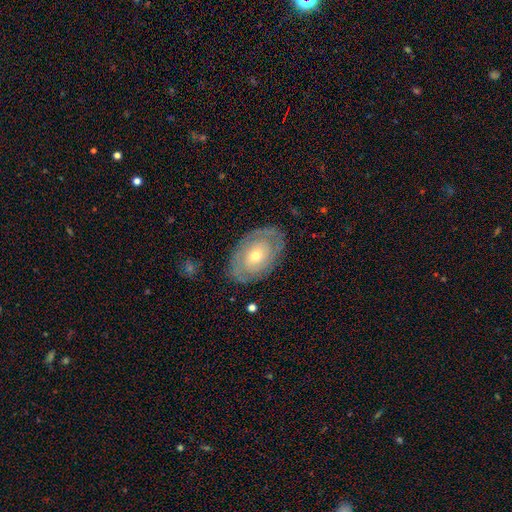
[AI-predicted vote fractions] This is likely a featured or disk galaxy (65%). It is clearly not viewed edge-on (93%). Bar: clearly no (84%). Spiral arm pattern: possibly yes (58%). Central bulge: possibly moderate (52%). Merging: clearly none (81%).